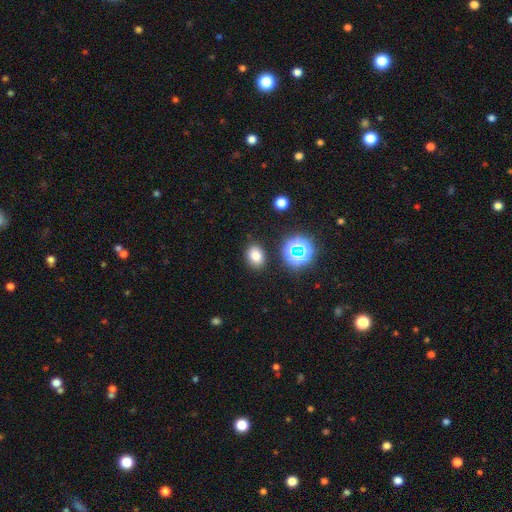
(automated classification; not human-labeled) smooth 74%, star or artifact 18%, featured or disk 8%. Down the decision tree: how rounded — in between (66%); merging — none (85%).